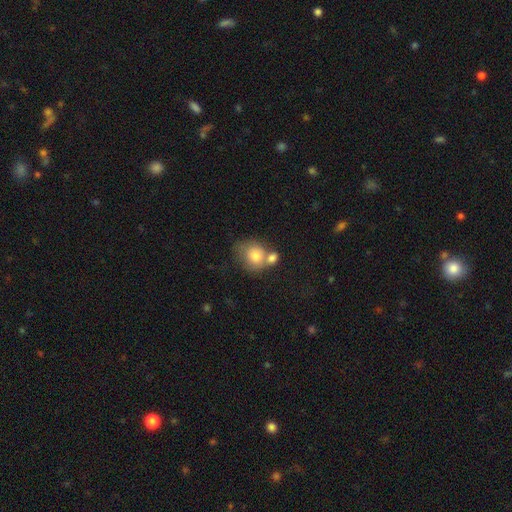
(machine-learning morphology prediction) type=smooth (77%); roundness=round (68%); merging=merger (49%).